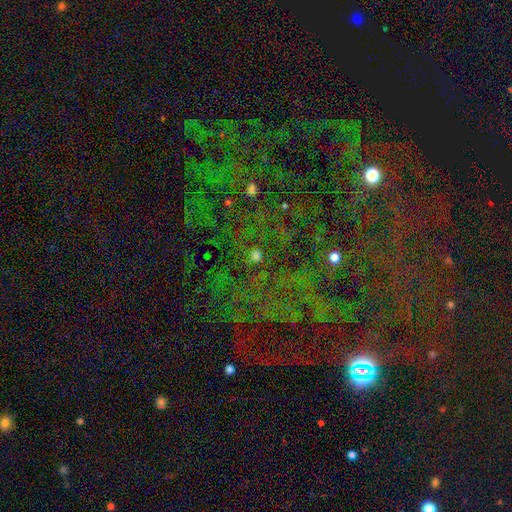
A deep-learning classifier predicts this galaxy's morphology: A star or artifact, not a galaxy (62%).

Vote fractions:
- Smooth or featured? star or artifact: 62% / smooth: 25% / featured or disk: 12%